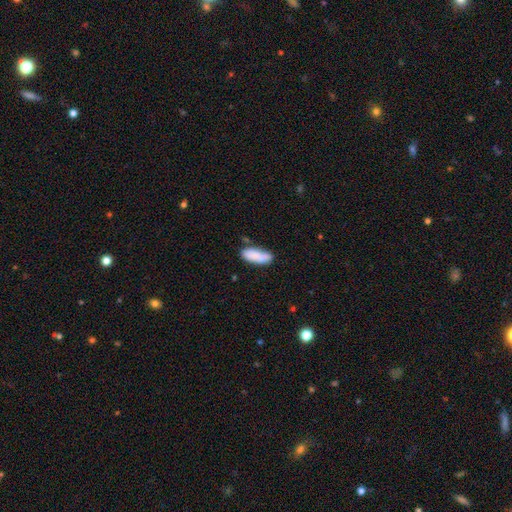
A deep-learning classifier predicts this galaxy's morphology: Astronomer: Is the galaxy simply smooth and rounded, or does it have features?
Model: smooth — 81%.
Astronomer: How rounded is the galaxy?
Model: in between — 72%.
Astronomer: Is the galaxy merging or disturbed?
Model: none — 64%.